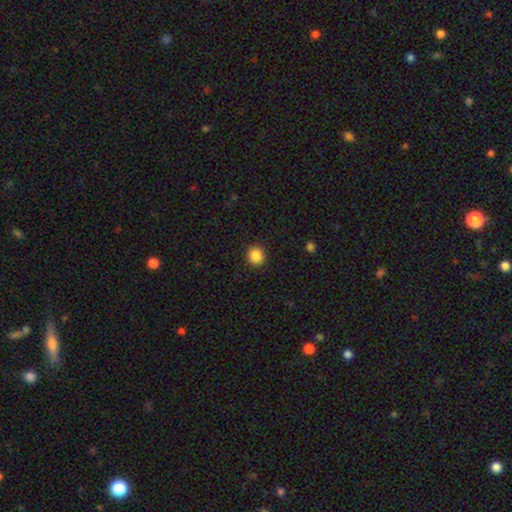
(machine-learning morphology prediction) This is clearly a smooth galaxy (87%). How rounded: clearly round (88%). Merging: clearly none (91%).